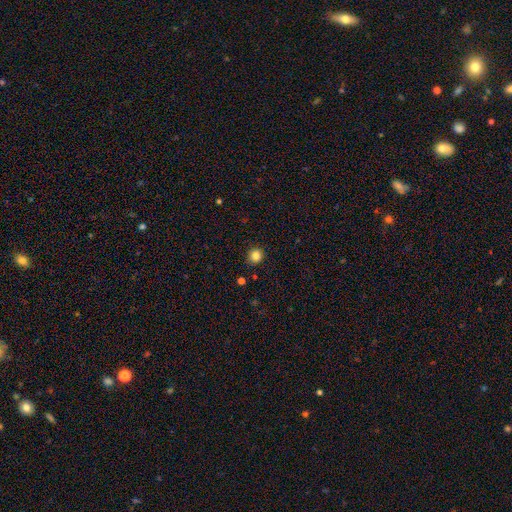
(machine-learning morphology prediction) smooth 83%, star or artifact 12%, featured or disk 5%. Down the decision tree: how rounded — round (90%); merging — none (90%).